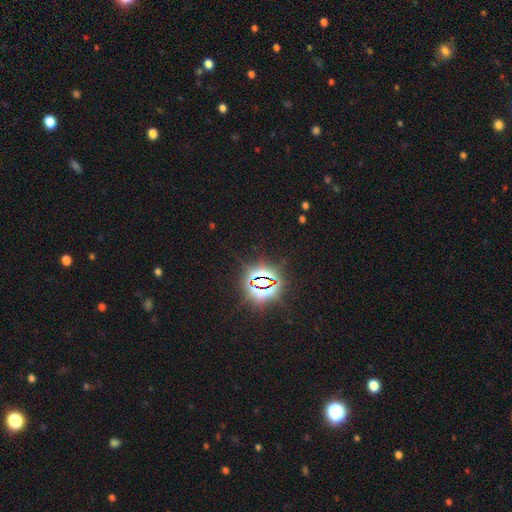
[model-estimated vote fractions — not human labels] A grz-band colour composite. It shows a star or artifact, not a galaxy (86%).